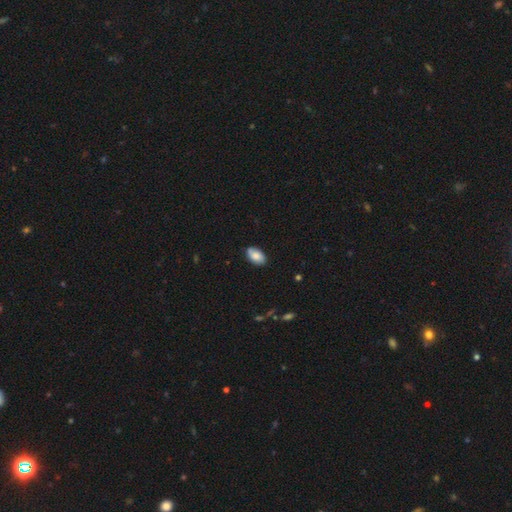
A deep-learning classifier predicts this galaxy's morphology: This appears to be a smooth galaxy with no disk features (79%) that is in between round and cigar-shaped (93%). Merging: none (81%).